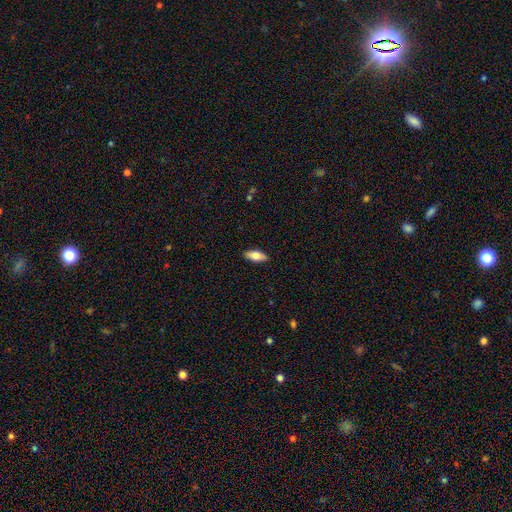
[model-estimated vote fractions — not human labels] Smooth or featured?
  - smooth: 71% *
  - featured or disk: 23%
  - star or artifact: 6%
How rounded?
  - in between: 78% *
  - cigar-shaped: 19%
  - round: 3%
Merging?
  - none: 90% *
  - minor disturbance: 8%
  - major disturbance: 2%
  - merger: 1%